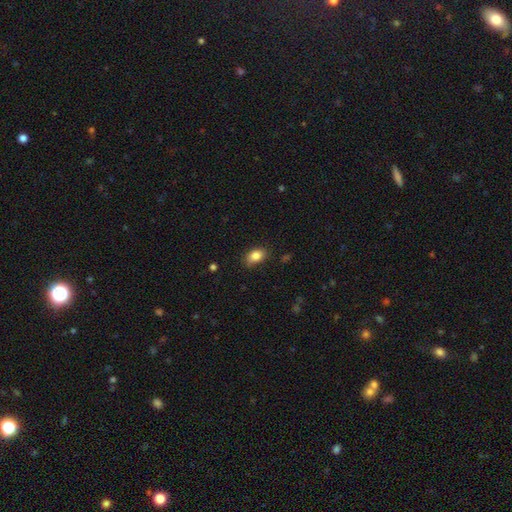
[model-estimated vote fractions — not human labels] Morphology: type=smooth (85%); roundness=in between (85%); merging=none (76%).